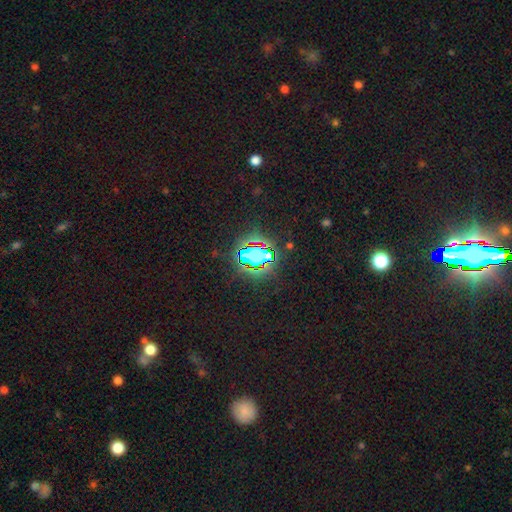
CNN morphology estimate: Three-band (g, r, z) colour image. It shows a star or artifact, not a galaxy (70%).